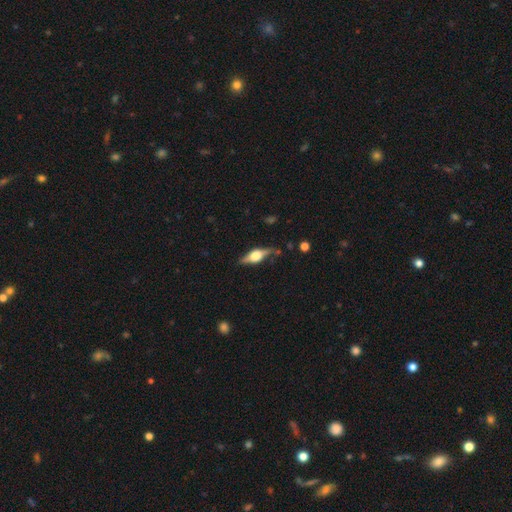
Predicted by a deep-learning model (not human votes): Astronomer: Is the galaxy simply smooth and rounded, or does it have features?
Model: featured or disk — 68%.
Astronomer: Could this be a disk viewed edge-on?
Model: yes — 94%.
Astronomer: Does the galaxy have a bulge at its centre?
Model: rounded — 90%.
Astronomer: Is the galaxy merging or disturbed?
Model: none — 74%.